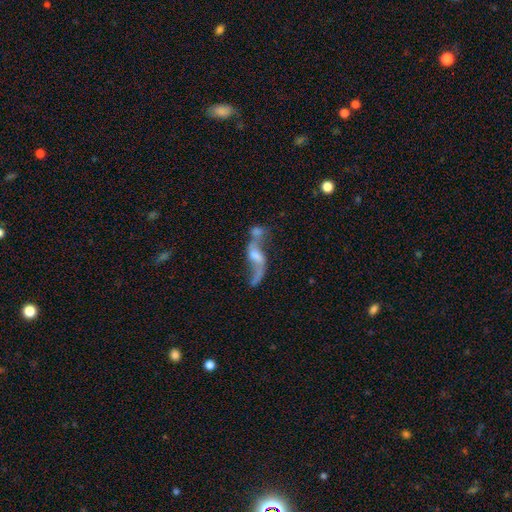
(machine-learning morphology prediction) type=featured or disk (75%); edge-on=no (87%); bar=no (47%); spiral arms=yes (81%); winding=loose (91%); arm count=2 (82%); bulge=moderate (34%, tied with small); merging=merger (44%).